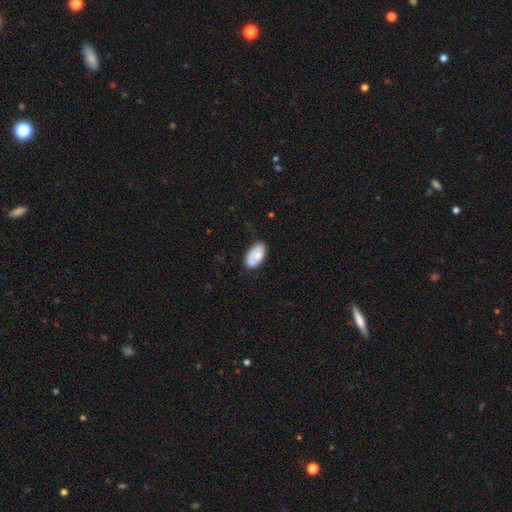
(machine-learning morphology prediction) smooth-or-featured: smooth: 71% | featured or disk: 22% | star or artifact: 7%
  how-rounded: in between: 94% | round: 4% | cigar-shaped: 2%
  merging: none: 70% | minor disturbance: 22% | major disturbance: 5% | merger: 4%